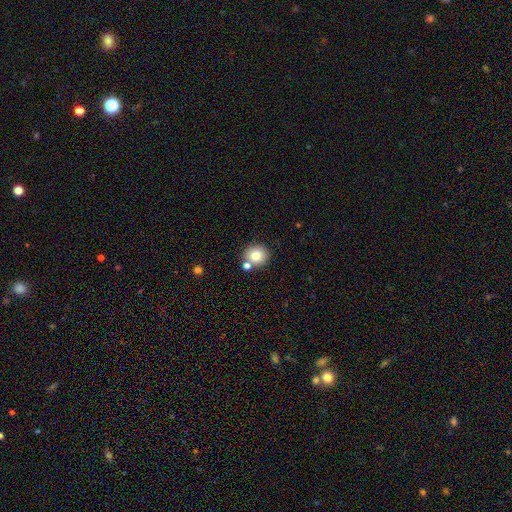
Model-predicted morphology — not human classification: Overall: smooth (78%). How rounded: round (85%). Merging: none (70%).